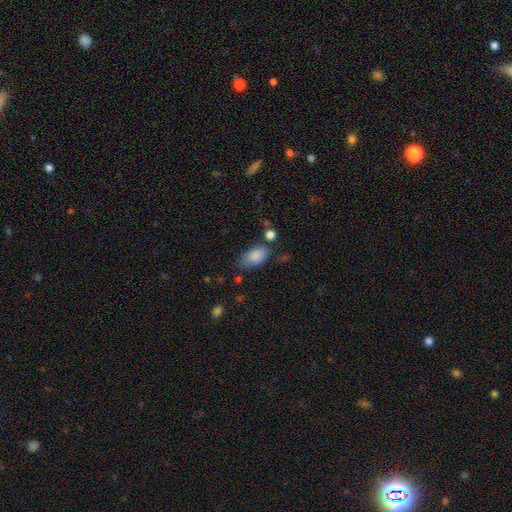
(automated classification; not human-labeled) smooth 86%, star or artifact 7%, featured or disk 6%. Down the decision tree: how rounded — in between (91%); merging — none (62%).